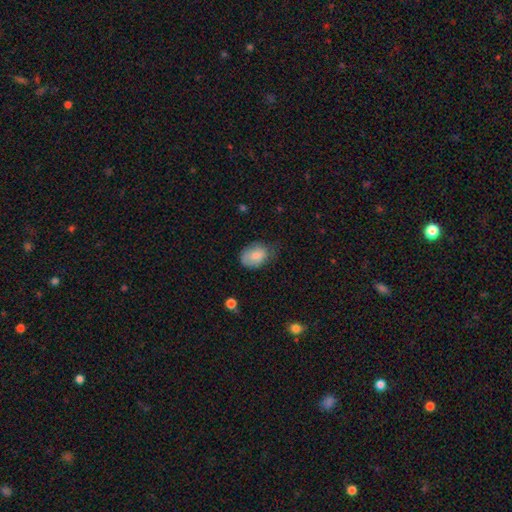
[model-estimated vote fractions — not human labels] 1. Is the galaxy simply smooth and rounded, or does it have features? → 82% smooth, 11% featured or disk, 7% star or artifact.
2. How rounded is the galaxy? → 79% in between, 20% round, 1% cigar-shaped.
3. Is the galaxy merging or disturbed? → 52% none, 35% minor disturbance, 11% major disturbance, 2% merger.